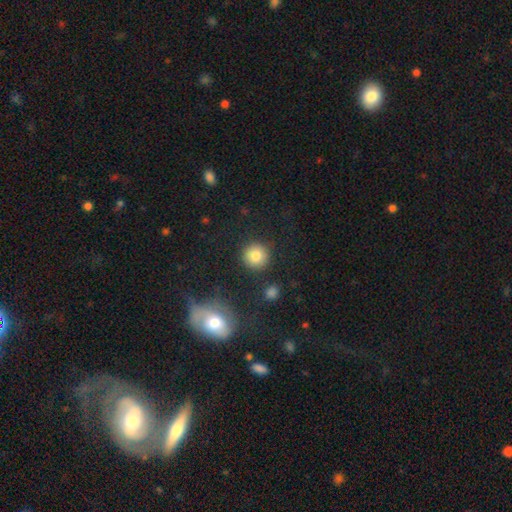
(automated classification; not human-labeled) The model was most divided on "smooth or featured": smooth: 81%, star or artifact: 10%, featured or disk: 9%. More confident: how rounded — round (93%); merging — none (88%).